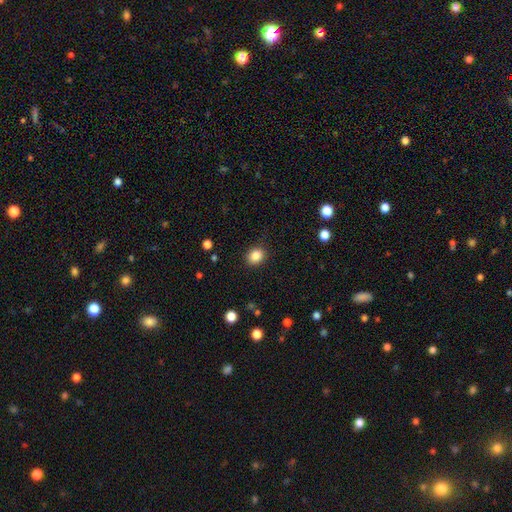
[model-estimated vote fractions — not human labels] The model was most divided on "how rounded": round: 63%, in between: 36%, cigar-shaped: 1%. More confident: merging — none (87%); smooth or featured — smooth (85%).